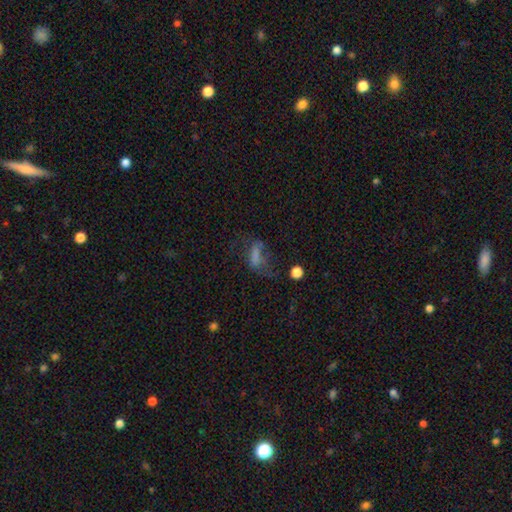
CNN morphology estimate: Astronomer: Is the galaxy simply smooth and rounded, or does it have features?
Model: smooth — 46% (runner-up: featured or disk, 30%).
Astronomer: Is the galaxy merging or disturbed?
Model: none — 38% (runner-up: major disturbance, 36%).